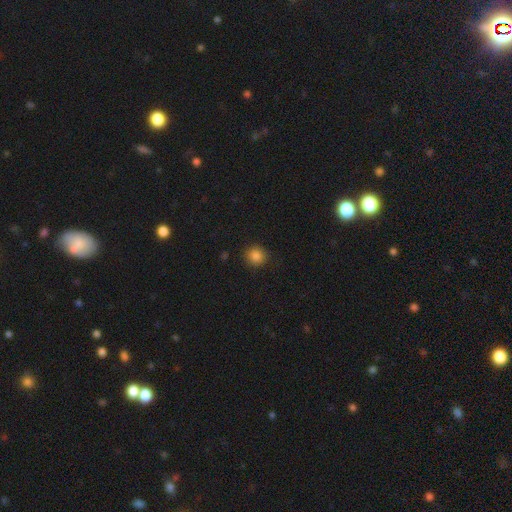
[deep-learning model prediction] This is clearly a smooth galaxy (84%). How rounded: clearly round (92%). Merging: clearly none (89%).